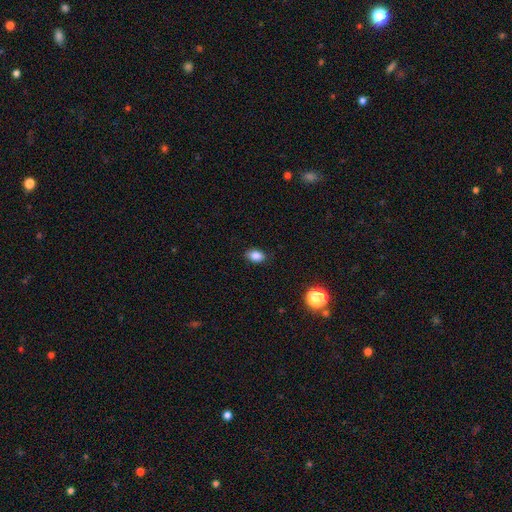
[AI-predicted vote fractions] This appears to be a smooth galaxy with no disk features (86%) that is in between round and cigar-shaped (82%). Merging: none (84%).